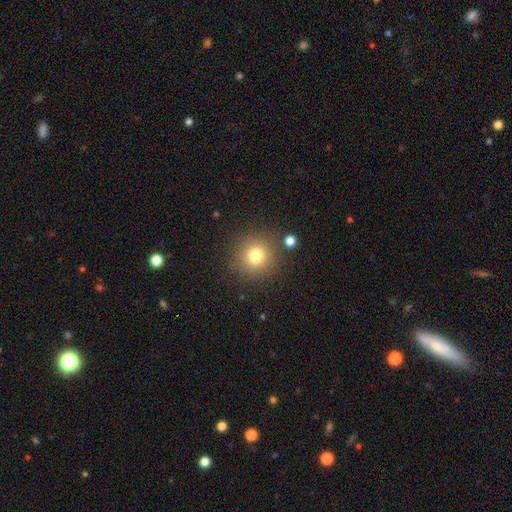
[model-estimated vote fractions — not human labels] smooth-or-featured: smooth: 76% | star or artifact: 14% | featured or disk: 9%
  how-rounded: round: 93% | in between: 6% | cigar-shaped: 1%
  merging: none: 85% | minor disturbance: 8% | merger: 4% | major disturbance: 3%